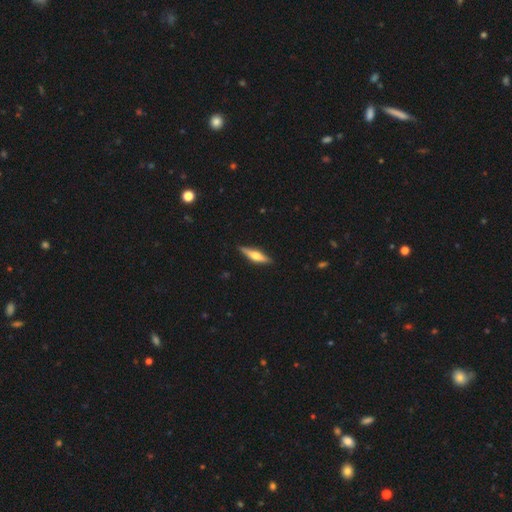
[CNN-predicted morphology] Smooth or featured: featured or disk — 55% (smooth — 40%)
Edge-on disk: yes — 95% (no — 5%)
Edge-on bulge: rounded — 90% (boxy — 7%)
Merging: none — 88% (minor disturbance — 9%)